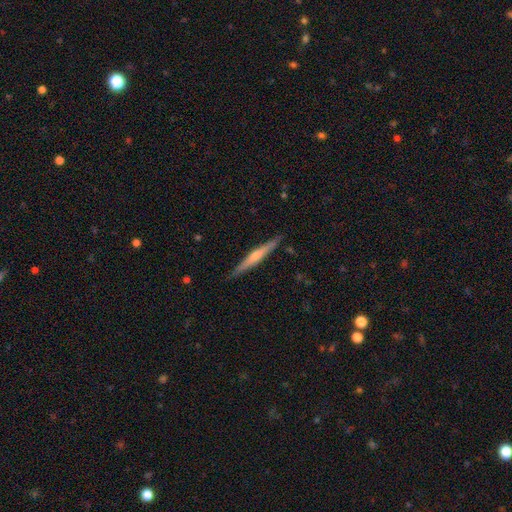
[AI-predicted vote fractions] This appears to be a featured or disk galaxy (66%) viewed edge-on (97%) with a rounded central bulge (76%). Merging: none (89%).